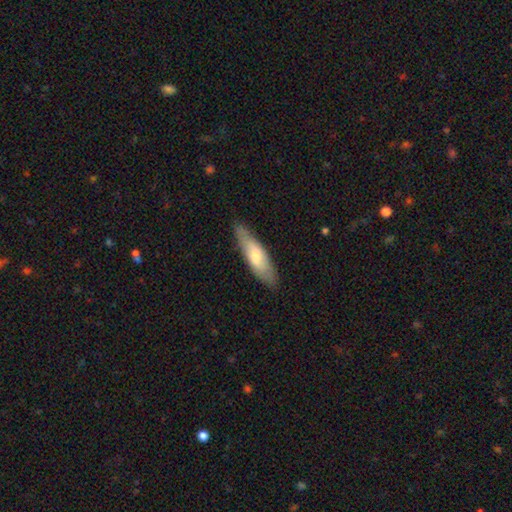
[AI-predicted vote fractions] Smooth or featured: smooth — 63% (featured or disk — 32%)
How rounded: cigar-shaped — 61% (in between — 37%)
Merging: none — 80% (minor disturbance — 16%)